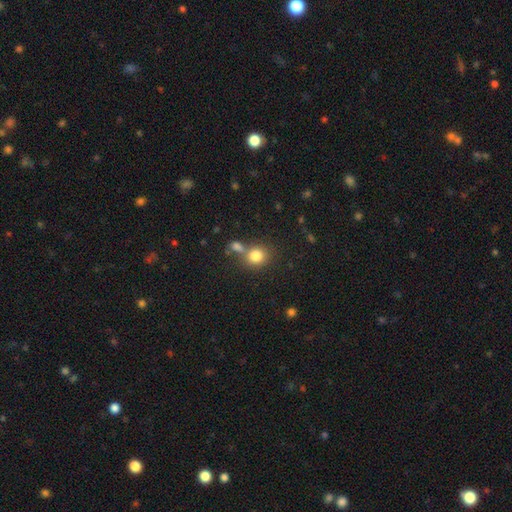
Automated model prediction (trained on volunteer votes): The model was most divided on "merging": none: 56%, merger: 29%, minor disturbance: 11%, major disturbance: 4%. More confident: smooth or featured — smooth (81%); how rounded — round (79%).